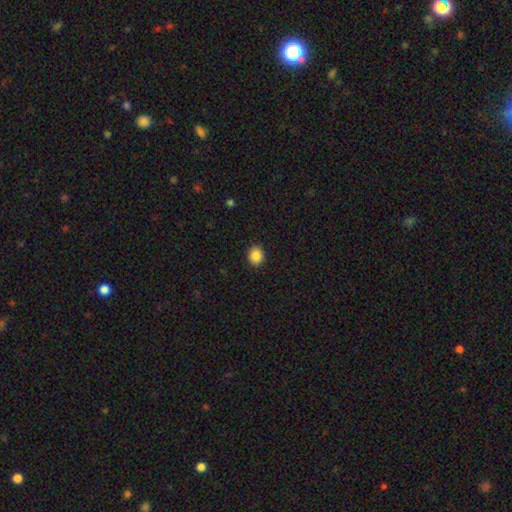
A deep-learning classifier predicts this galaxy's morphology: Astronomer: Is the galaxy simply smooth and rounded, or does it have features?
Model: smooth — 87%.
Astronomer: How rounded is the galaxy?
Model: round — 61% (runner-up: in between, 38%).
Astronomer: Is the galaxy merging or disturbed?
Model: none — 90%.